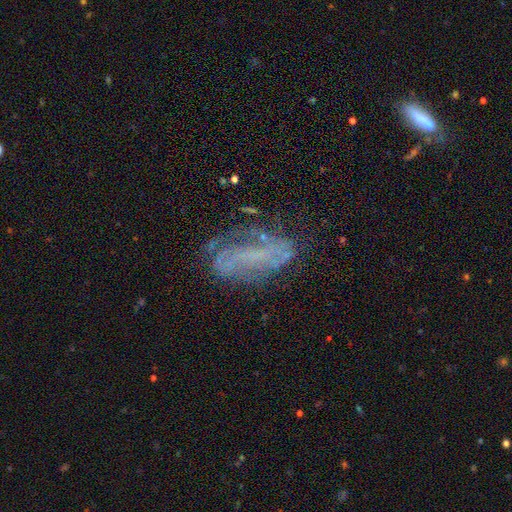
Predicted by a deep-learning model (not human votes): smooth-or-featured: featured or disk: 67% | smooth: 20% | star or artifact: 13%
  disk-edge-on: no: 93% | yes: 7%
    bar: no: 49% | weak: 30% | strong: 22%
    has-spiral-arms: yes: 62% | no: 38%
    bulge-size: none: 67% | small: 21% | moderate: 8% | large: 2% | dominant: 1%
  merging: none: 52% | minor disturbance: 22% | major disturbance: 22% | merger: 4%